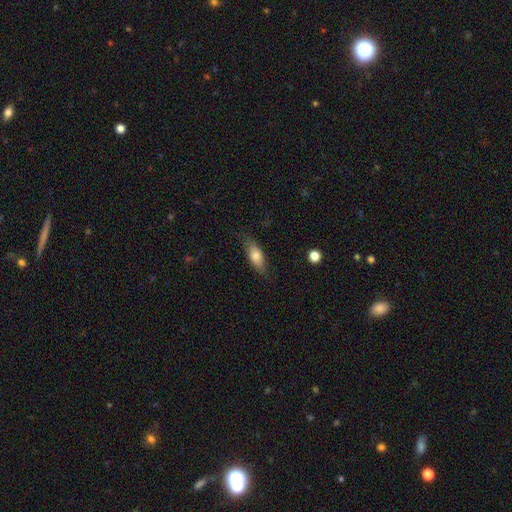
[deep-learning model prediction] Smooth or featured? Predicted: smooth (p=0.75). How rounded? Predicted: in between (p=0.72). Merging? Predicted: none (p=0.78).